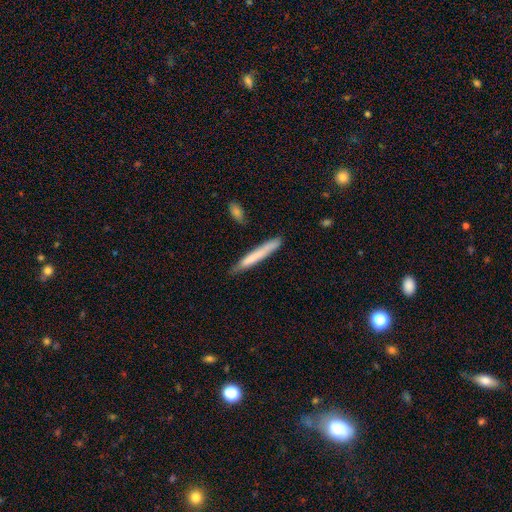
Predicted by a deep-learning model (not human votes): A smooth galaxy with no disk features (70%) that is cigar-shaped (96%).

Vote fractions:
- Smooth or featured? smooth: 70% / featured or disk: 24% / star or artifact: 6%
- How rounded? cigar-shaped: 96% / in between: 3% / round: 1%
- Merging? none: 80% / minor disturbance: 15% / merger: 3% / major disturbance: 3%